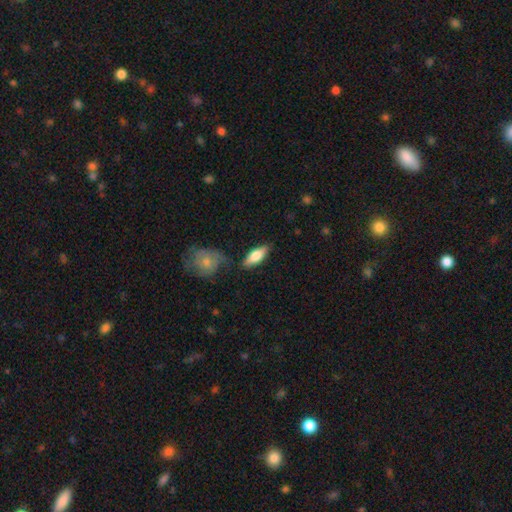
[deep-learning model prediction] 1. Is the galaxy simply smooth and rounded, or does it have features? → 67% smooth, 27% featured or disk, 6% star or artifact.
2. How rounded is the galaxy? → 67% in between, 30% cigar-shaped, 3% round.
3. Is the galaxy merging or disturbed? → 77% none, 14% minor disturbance, 6% merger, 4% major disturbance.